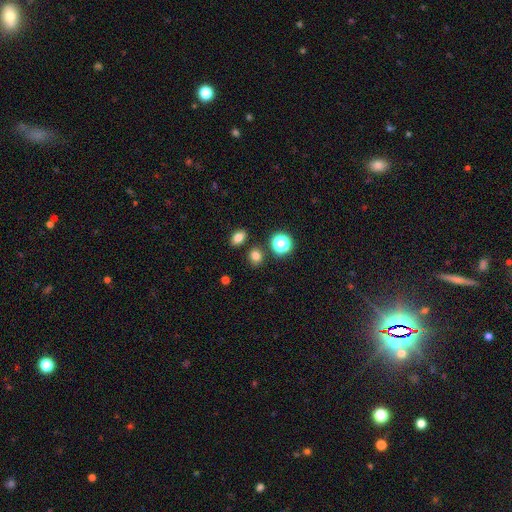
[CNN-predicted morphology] A smooth galaxy with no disk features (77%) that is round (62%).

Vote fractions:
- Smooth or featured? smooth: 77% / star or artifact: 18% / featured or disk: 5%
- How rounded? round: 62% / in between: 37% / cigar-shaped: 1%
- Merging? none: 81% / minor disturbance: 9% / merger: 7% / major disturbance: 3%